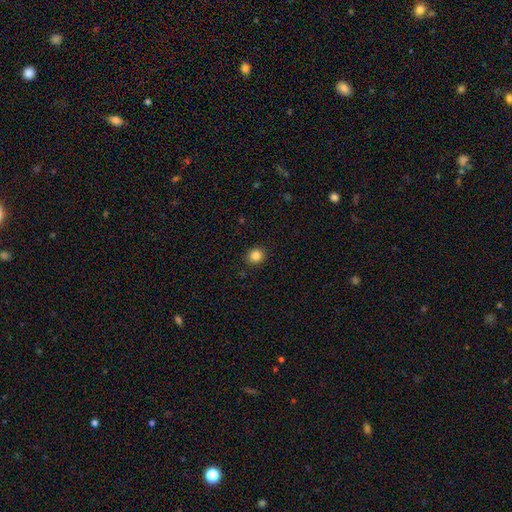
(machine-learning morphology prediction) smooth_or_featured: smooth (p=0.85) [alt: star or artifact p=0.11]
how_rounded: round (p=0.86) [alt: in between p=0.14]
merging: none (p=0.91) [alt: minor disturbance p=0.06]